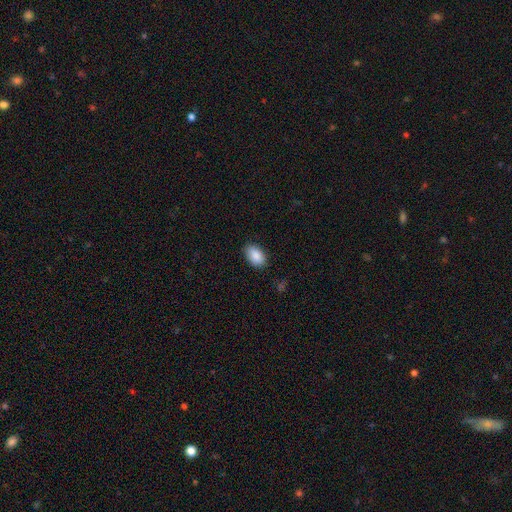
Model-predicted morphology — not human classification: type=smooth (89%); roundness=in between (92%); merging=none (85%).